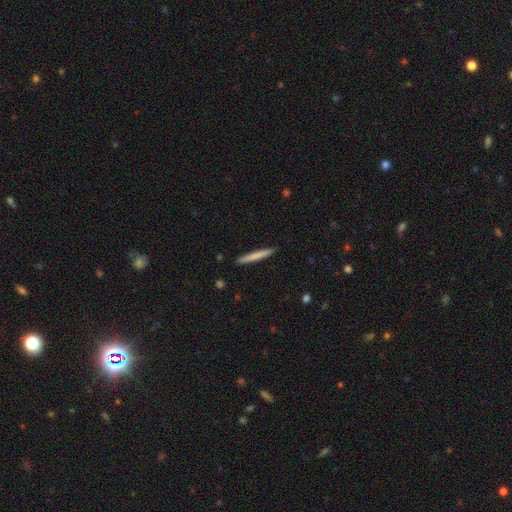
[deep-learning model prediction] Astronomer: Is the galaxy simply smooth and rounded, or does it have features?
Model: smooth — 74%.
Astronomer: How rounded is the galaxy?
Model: cigar-shaped — 97%.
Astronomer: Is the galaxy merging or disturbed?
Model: none — 92%.